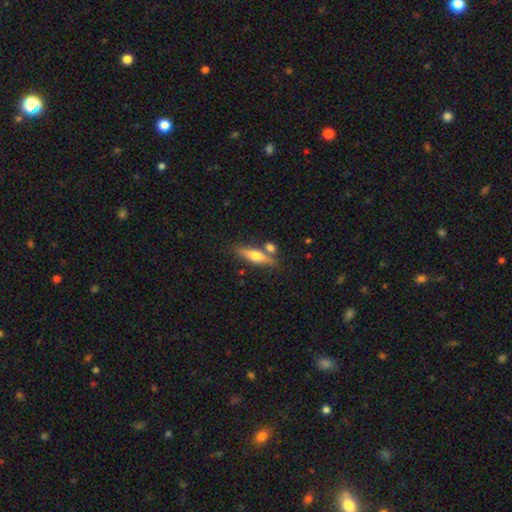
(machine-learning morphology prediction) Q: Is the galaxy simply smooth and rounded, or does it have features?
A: smooth — 50%.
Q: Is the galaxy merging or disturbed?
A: none — 69%.